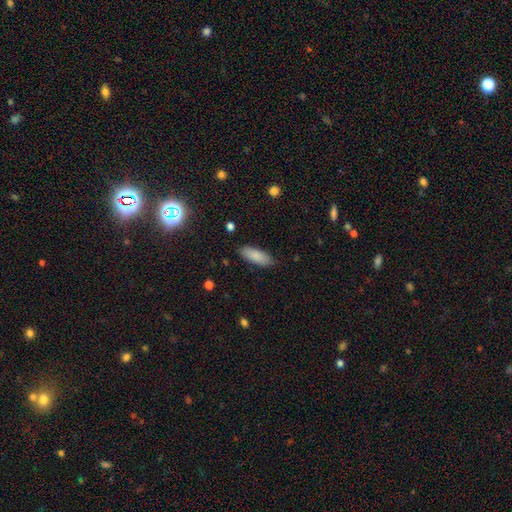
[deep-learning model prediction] smooth-or-featured: smooth: 86% | featured or disk: 7% | star or artifact: 7%
  how-rounded: in between: 69% | cigar-shaped: 29% | round: 2%
  merging: none: 86% | minor disturbance: 10% | major disturbance: 2% | merger: 1%